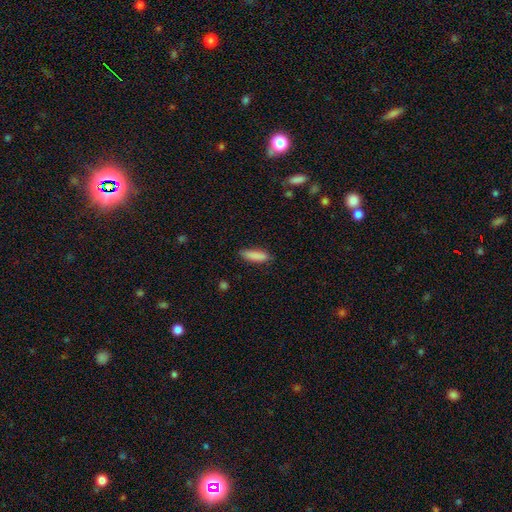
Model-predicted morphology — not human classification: smooth 87%, star or artifact 7%, featured or disk 6%. Down the decision tree: how rounded — cigar-shaped (57%); merging — none (82%).